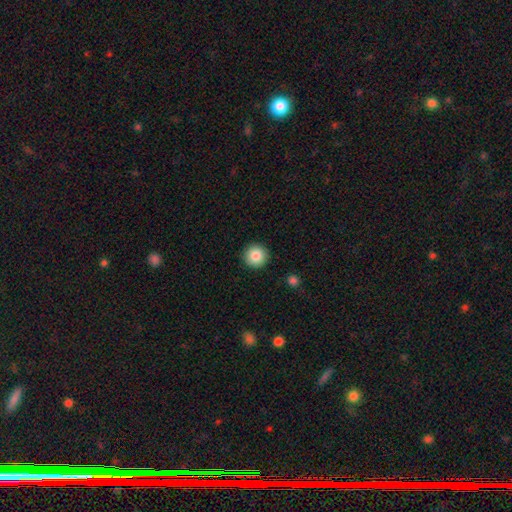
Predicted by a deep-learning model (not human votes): The model was most divided on "smooth or featured": smooth: 85%, star or artifact: 9%, featured or disk: 6%. More confident: how rounded — round (96%); merging — none (92%).